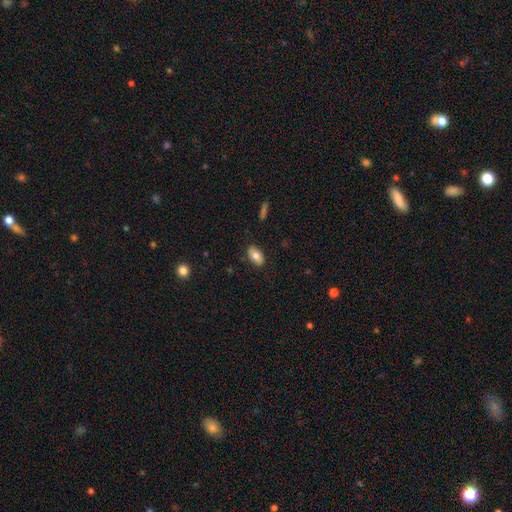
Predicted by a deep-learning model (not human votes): Smooth or featured?
  - smooth: 78% *
  - featured or disk: 14%
  - star or artifact: 7%
How rounded?
  - in between: 92% *
  - round: 5%
  - cigar-shaped: 3%
Merging?
  - none: 86% *
  - minor disturbance: 10%
  - major disturbance: 2%
  - merger: 1%